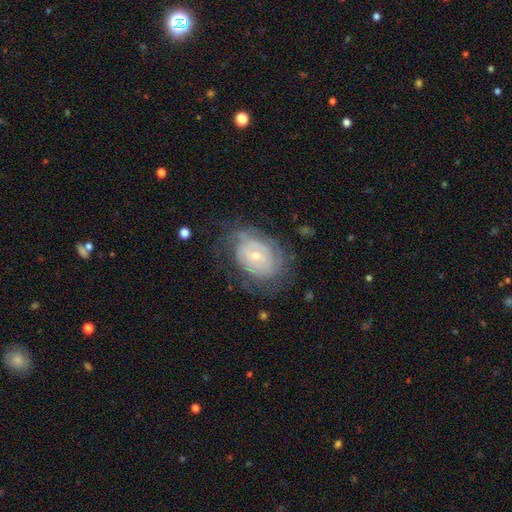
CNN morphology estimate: type=featured or disk (75%); edge-on=no (96%); bar=no (76%); spiral arms=yes (84%); winding=tight (71%); arm count=can't tell (56%); bulge=small (67%); merging=none (61%).